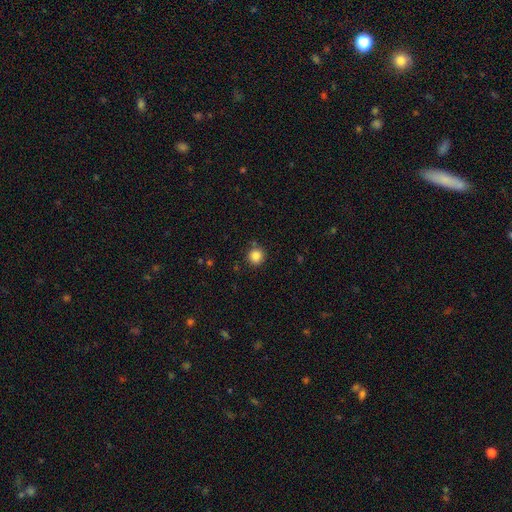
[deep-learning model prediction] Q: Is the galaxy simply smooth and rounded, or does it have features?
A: smooth — 85%.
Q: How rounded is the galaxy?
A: round — 93%.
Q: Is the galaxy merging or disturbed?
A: none — 85%.